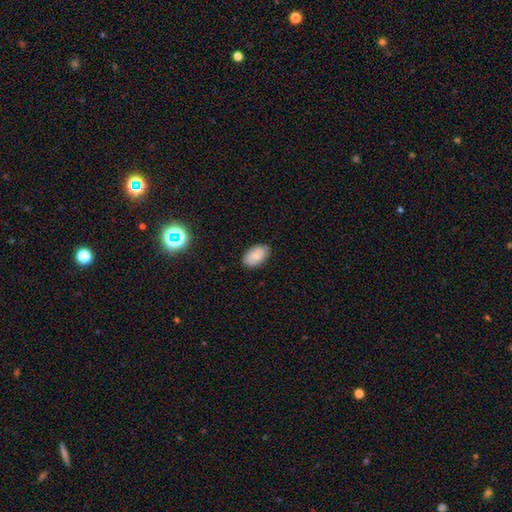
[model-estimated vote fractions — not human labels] Overall: smooth (81%). How rounded: in between (92%). Merging: none (83%).